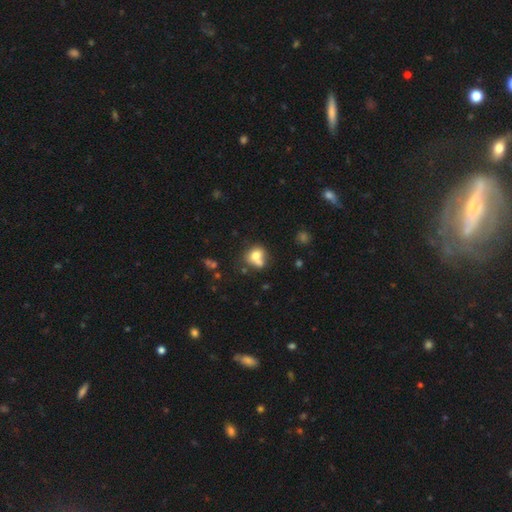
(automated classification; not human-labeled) Smooth or featured?
  - smooth: 71% *
  - featured or disk: 17%
  - star or artifact: 11%
How rounded?
  - round: 65% *
  - in between: 34%
  - cigar-shaped: 1%
Merging?
  - merger: 43% *
  - none: 36%
  - minor disturbance: 13%
  - major disturbance: 7%